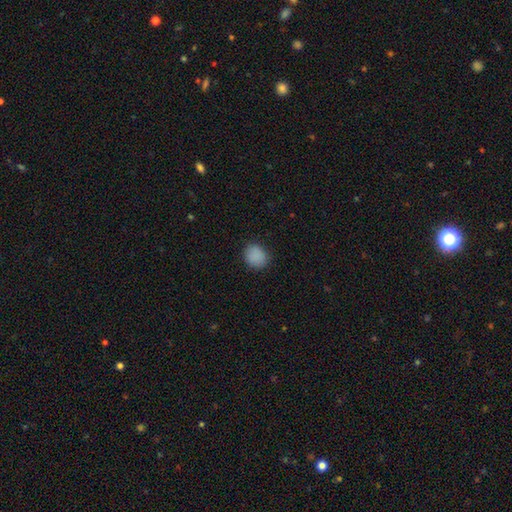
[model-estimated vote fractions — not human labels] Q: Smooth or featured?
A: smooth (87%); runner-up: star or artifact (10%)
Q: How rounded?
A: round (70%); runner-up: in between (29%)
Q: Merging?
A: none (84%); runner-up: minor disturbance (12%)